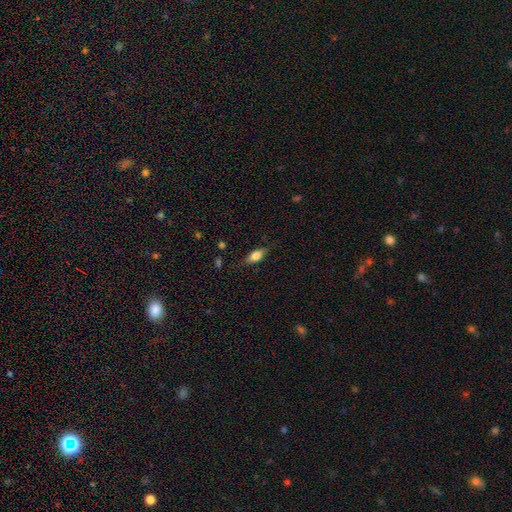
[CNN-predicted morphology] This appears to be a smooth galaxy with no disk features (76%) that is in between round and cigar-shaped (82%). Merging: none (76%).